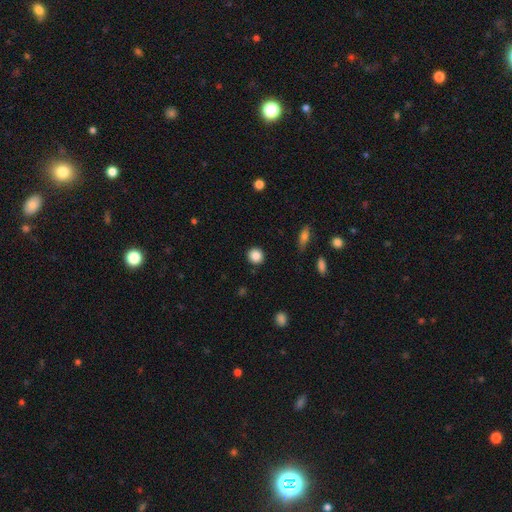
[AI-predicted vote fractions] Morphology: type=smooth (86%); roundness=round (90%); merging=none (91%).